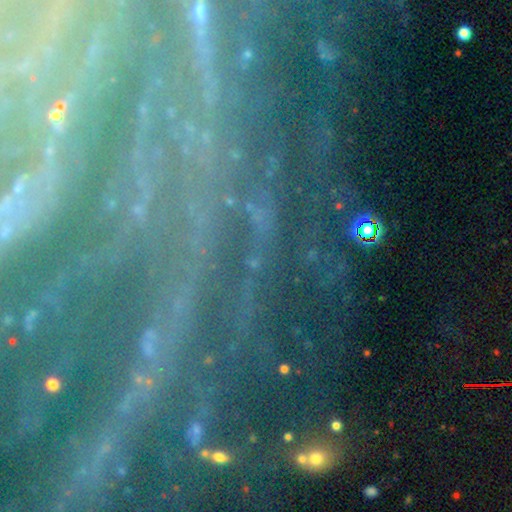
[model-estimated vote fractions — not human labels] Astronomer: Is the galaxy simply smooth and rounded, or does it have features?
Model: featured or disk — 50% (runner-up: star or artifact, 38%).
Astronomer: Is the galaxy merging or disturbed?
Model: none — 72%.